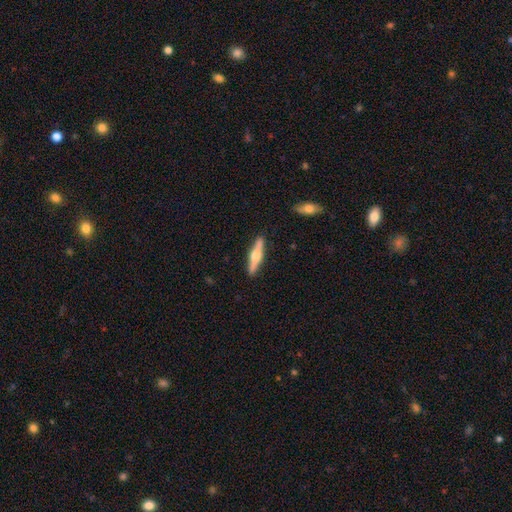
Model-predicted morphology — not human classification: type=featured or disk (62%); edge-on=yes (97%); edge-on bulge=rounded (90%); merging=none (89%).